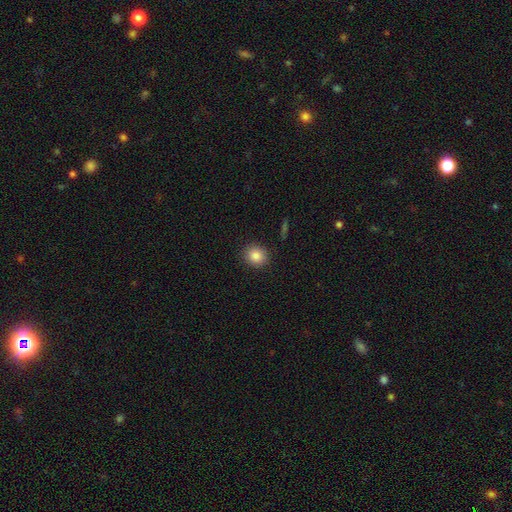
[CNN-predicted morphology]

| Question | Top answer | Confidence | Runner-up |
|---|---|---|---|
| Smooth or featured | smooth | 85% | star or artifact (9%) |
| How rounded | round | 79% | in between (20%) |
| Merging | none | 90% | minor disturbance (7%) |